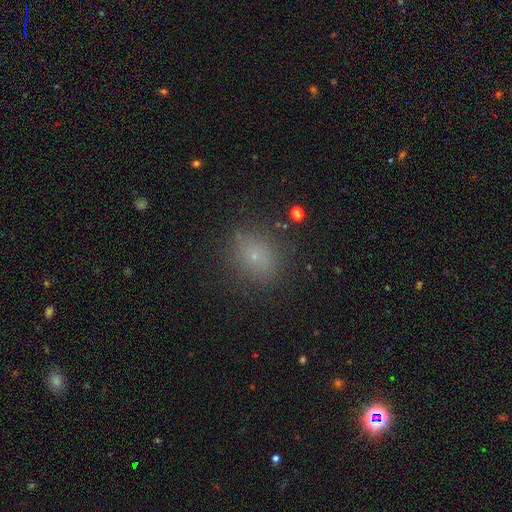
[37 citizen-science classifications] smooth 76%, featured or disk 16%, star or artifact 8%. Down the decision tree: how rounded — in between (71%); merging — none (88%).